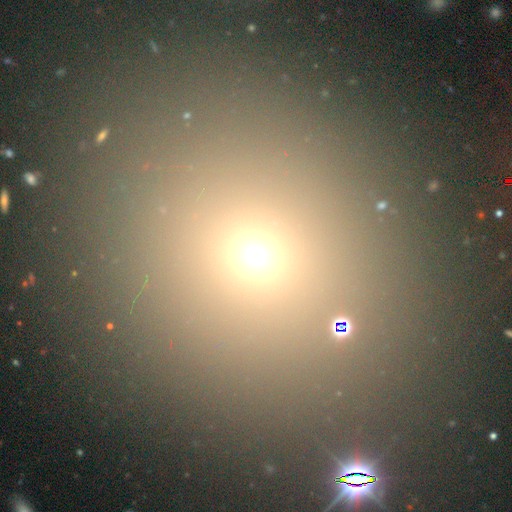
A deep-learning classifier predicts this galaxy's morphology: The model was most divided on "smooth or featured": smooth: 64%, star or artifact: 27%, featured or disk: 9%. More confident: how rounded — round (74%); merging — none (71%).